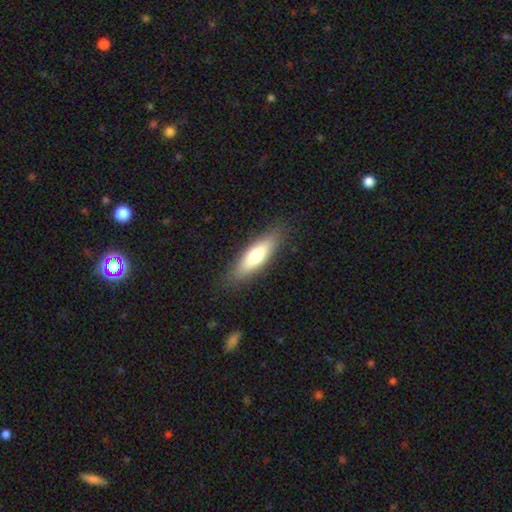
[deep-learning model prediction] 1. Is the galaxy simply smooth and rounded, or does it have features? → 68% smooth, 26% featured or disk, 6% star or artifact.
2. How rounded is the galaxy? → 51% cigar-shaped, 47% in between, 2% round.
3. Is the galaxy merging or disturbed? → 86% none, 11% minor disturbance, 3% major disturbance, 1% merger.